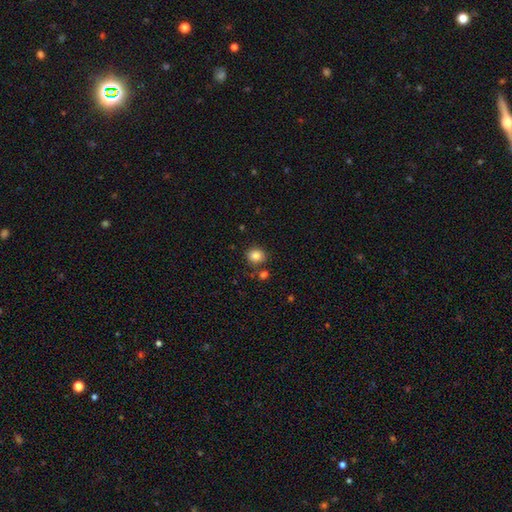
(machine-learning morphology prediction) Smooth or featured: smooth — 85% (star or artifact — 10%)
How rounded: round — 69% (in between — 30%)
Merging: none — 78% (minor disturbance — 11%)